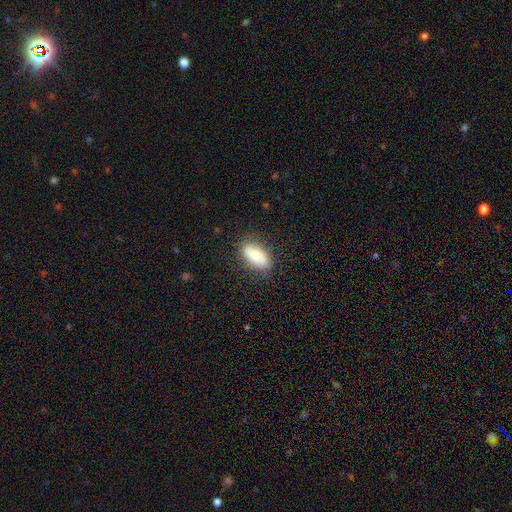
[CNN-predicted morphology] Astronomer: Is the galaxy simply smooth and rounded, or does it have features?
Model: smooth — 75%.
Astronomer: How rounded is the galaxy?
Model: in between — 89%.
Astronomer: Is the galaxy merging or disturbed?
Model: none — 83%.